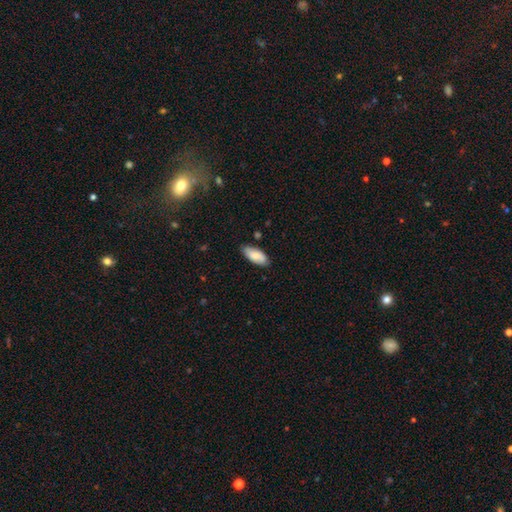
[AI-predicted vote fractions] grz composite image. It shows a smooth galaxy with no disk features (79%) that is in between round and cigar-shaped (89%). Merging: none (80%).